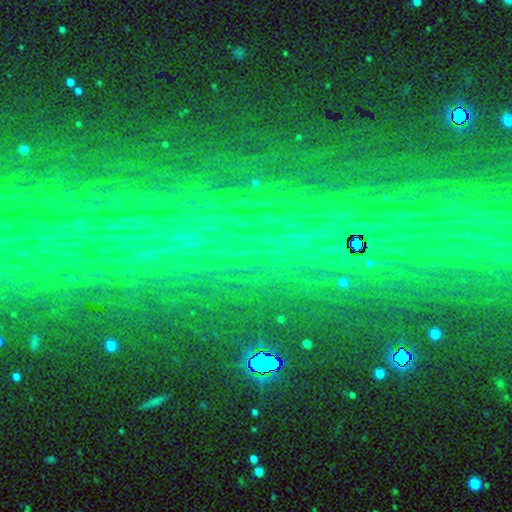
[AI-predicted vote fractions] Smooth or featured? Predicted: star or artifact (p=0.83).